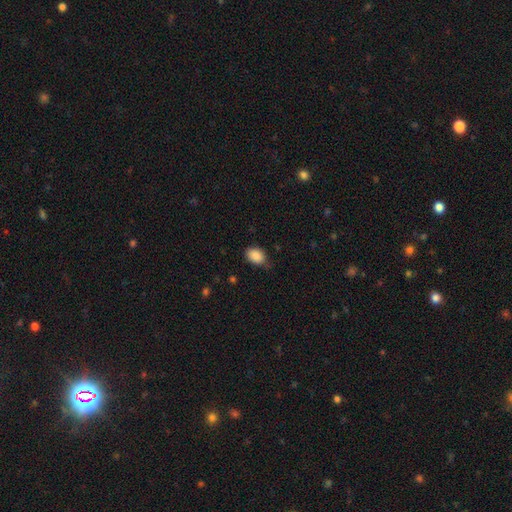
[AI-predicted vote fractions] This appears to be a smooth galaxy with no disk features (88%) that is in between round and cigar-shaped (78%). Merging: none (67%).